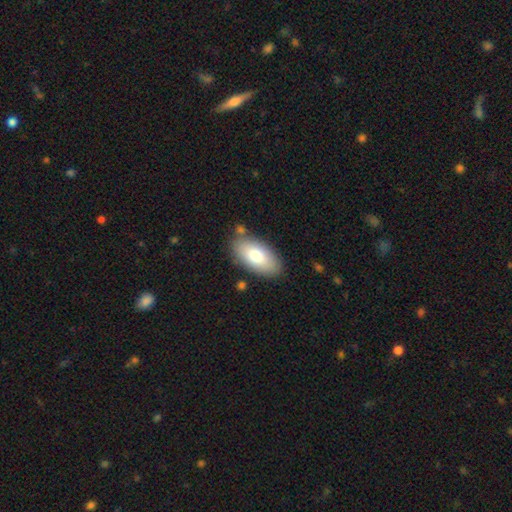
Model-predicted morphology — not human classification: This is likely a smooth galaxy (77%). How rounded: clearly in between (94%). Merging: clearly none (81%).